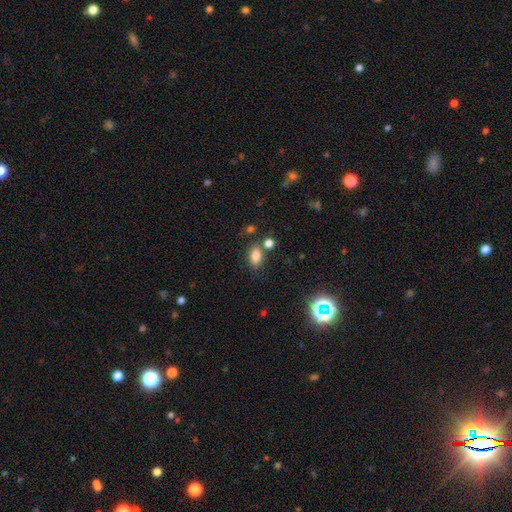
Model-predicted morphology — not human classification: Smooth or featured: smooth — 81% (star or artifact — 12%)
How rounded: in between — 86% (round — 9%)
Merging: none — 71% (minor disturbance — 14%)